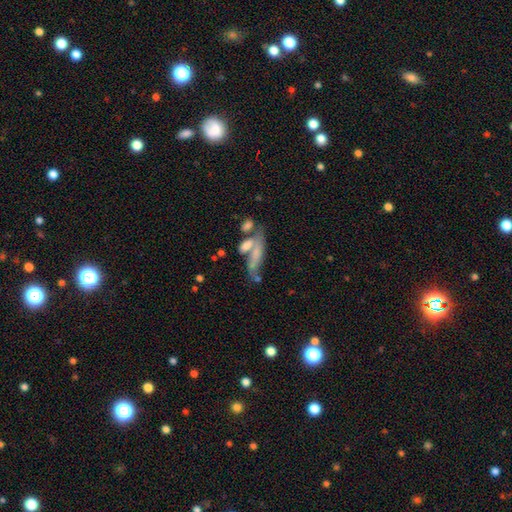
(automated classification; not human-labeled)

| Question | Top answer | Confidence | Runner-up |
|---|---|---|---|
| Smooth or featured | smooth | 59% | featured or disk (32%) |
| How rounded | cigar-shaped | 51% | in between (45%) |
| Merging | merger | 41% | none (32%) |